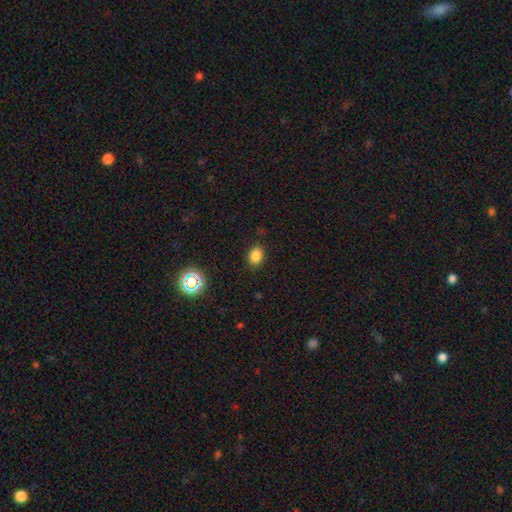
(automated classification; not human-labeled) Overall: smooth (81%). How rounded: in between (65%; round 34%). Merging: none (85%).